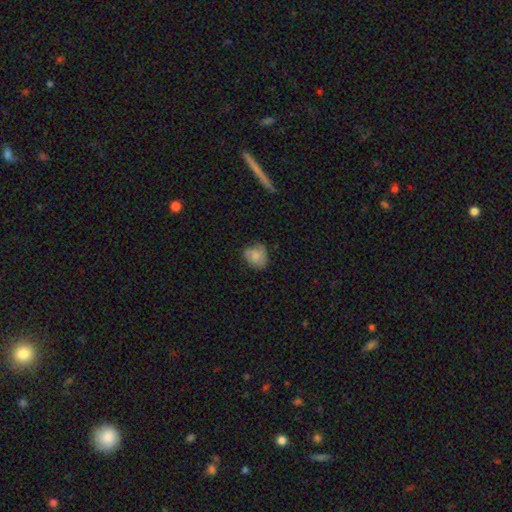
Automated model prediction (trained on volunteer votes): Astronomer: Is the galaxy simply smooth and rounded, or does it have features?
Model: smooth — 70%.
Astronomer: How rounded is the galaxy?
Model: round — 50% (runner-up: in between, 49%).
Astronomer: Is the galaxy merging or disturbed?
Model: none — 52% (runner-up: minor disturbance, 32%).